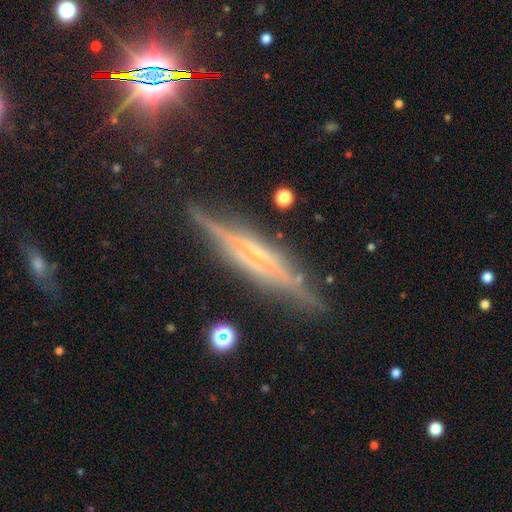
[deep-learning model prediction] smooth-or-featured: featured or disk: 78% | smooth: 12% | star or artifact: 10%
  disk-edge-on: yes: 94% | no: 6%
    edge-on-bulge: rounded: 37% | none: 34% | boxy: 29%
  merging: none: 79% | minor disturbance: 14% | major disturbance: 4% | merger: 2%